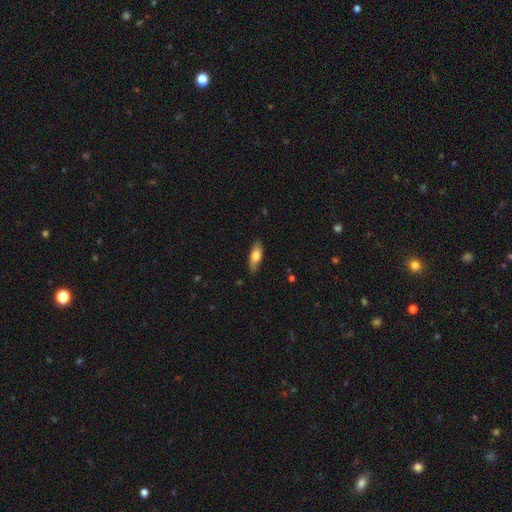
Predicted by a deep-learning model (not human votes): A smooth galaxy with no disk features (68%) that is in between round and cigar-shaped (67%). Merging: none (82%).